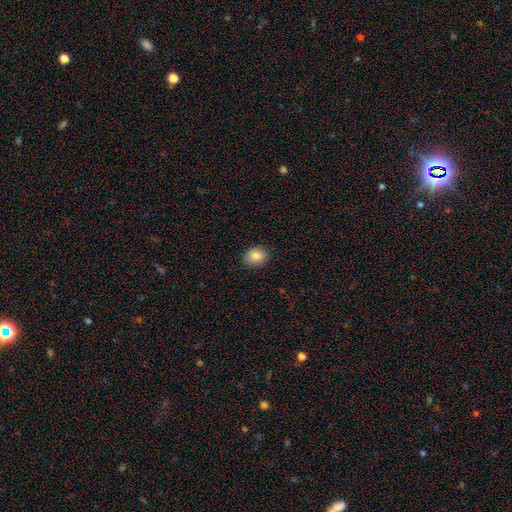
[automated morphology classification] Smooth or featured? Predicted: smooth (p=0.85). How rounded? Predicted: round (p=0.51). Merging? Predicted: none (p=0.88).